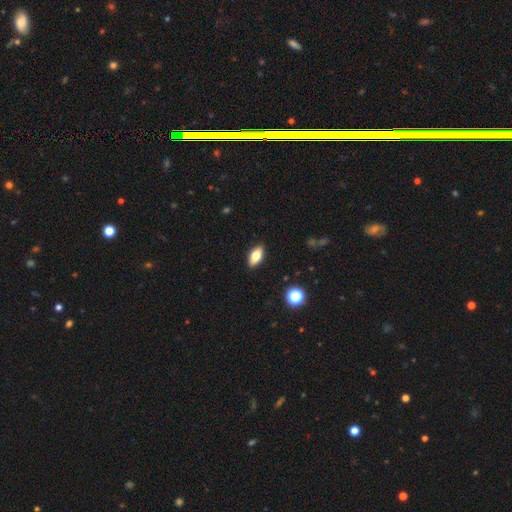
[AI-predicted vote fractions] smooth_or_featured: smooth (p=0.73) [alt: featured or disk p=0.18]
how_rounded: in between (p=0.86) [alt: cigar-shaped p=0.10]
merging: none (p=0.89) [alt: minor disturbance p=0.08]